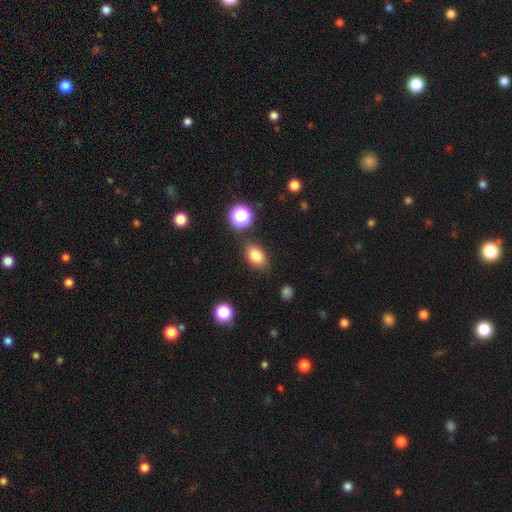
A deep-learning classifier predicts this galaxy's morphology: Overall: smooth (81%). How rounded: in between (81%). Merging: none (81%).